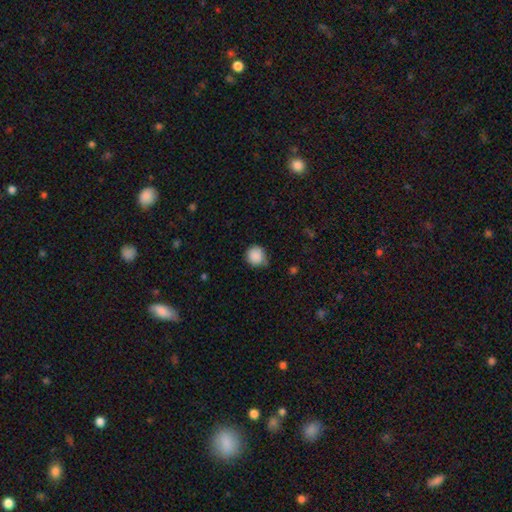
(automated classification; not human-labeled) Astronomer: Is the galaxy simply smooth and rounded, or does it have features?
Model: smooth — 88%.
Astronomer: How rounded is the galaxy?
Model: round — 90%.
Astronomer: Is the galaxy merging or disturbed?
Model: none — 66%.